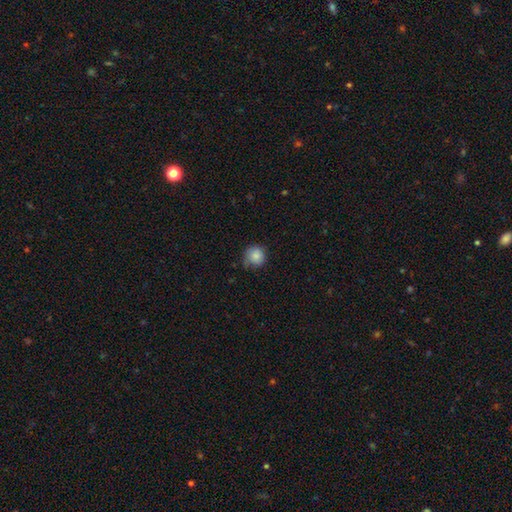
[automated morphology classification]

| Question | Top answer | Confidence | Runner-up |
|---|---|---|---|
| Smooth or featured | smooth | 85% | star or artifact (9%) |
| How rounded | round | 91% | in between (8%) |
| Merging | none | 67% | minor disturbance (25%) |